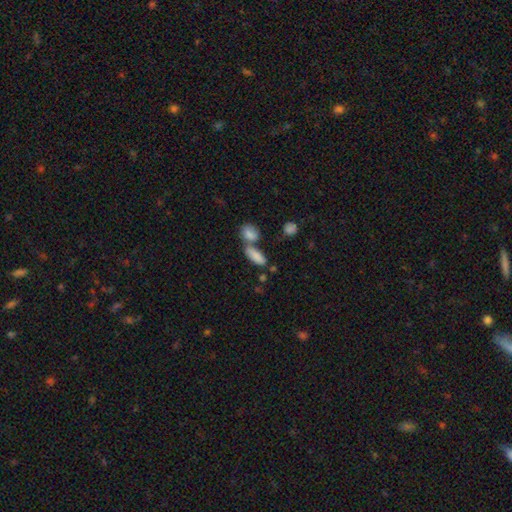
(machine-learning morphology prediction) The model was most divided on "merging": none: 44%, merger: 42%, minor disturbance: 10%, major disturbance: 4%. More confident: smooth or featured — smooth (84%); how rounded — in between (78%).